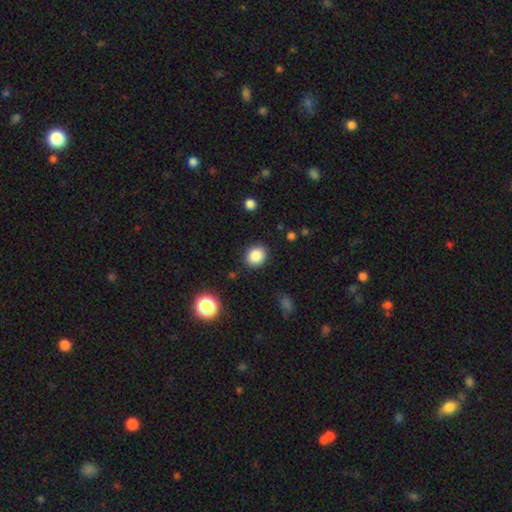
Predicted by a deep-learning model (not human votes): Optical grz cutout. It shows a smooth galaxy with no disk features (86%) that is round (64%). Merging: none (88%).